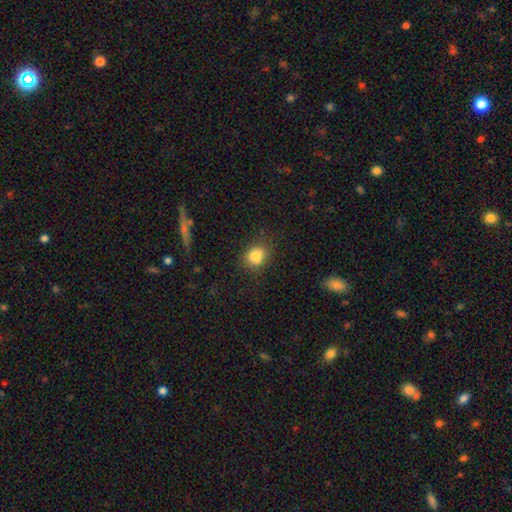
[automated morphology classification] The model was most divided on "how rounded": round: 62%, in between: 37%, cigar-shaped: 1%. More confident: smooth or featured — smooth (81%); merging — none (69%).